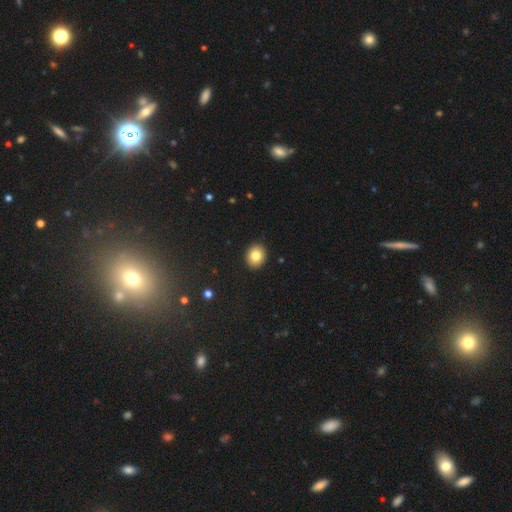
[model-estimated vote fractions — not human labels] Smooth or featured?
  - smooth: 82% *
  - star or artifact: 9%
  - featured or disk: 9%
How rounded?
  - round: 69% *
  - in between: 30%
  - cigar-shaped: 1%
Merging?
  - none: 92% *
  - minor disturbance: 6%
  - major disturbance: 2%
  - merger: 1%